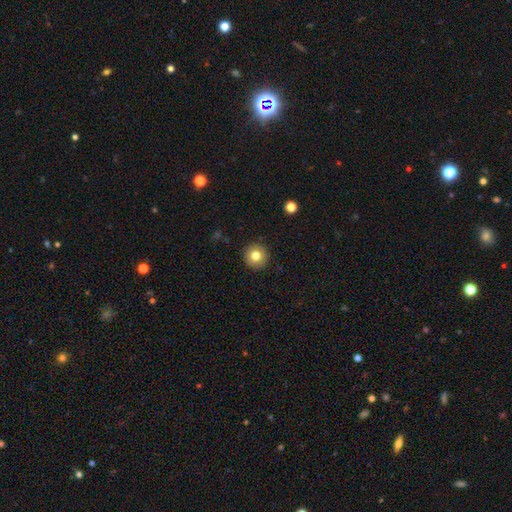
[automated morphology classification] A smooth galaxy with no disk features (79%) that is round (95%).

Vote fractions:
- Smooth or featured? smooth: 79% / featured or disk: 11% / star or artifact: 10%
- How rounded? round: 95% / in between: 4% / cigar-shaped: 1%
- Merging? none: 92% / minor disturbance: 5% / major disturbance: 2% / merger: 1%